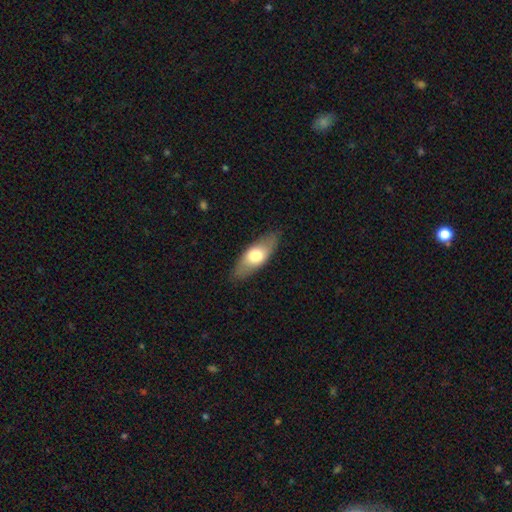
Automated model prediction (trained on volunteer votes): Smooth or featured? smooth (62%)
How rounded? in between (74%)
Merging? none (85%)